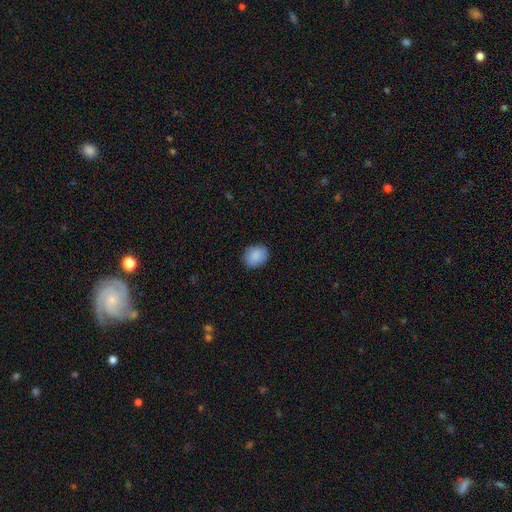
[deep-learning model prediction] This appears to be a smooth galaxy with no disk features (89%) that is round (50%). Merging: none (87%).